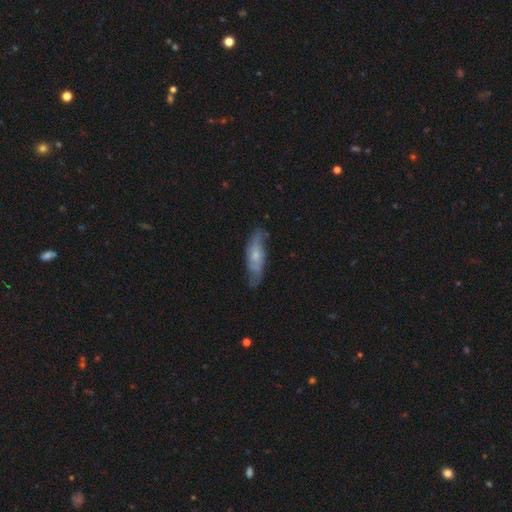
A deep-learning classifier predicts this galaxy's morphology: featured or disk 59%, smooth 34%, star or artifact 7%. Down the decision tree: edge-on disk — no (74%); merging — none (69%).